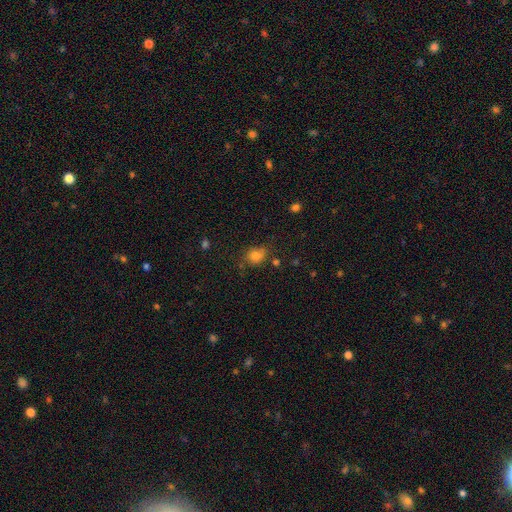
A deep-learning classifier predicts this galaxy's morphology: A smooth galaxy with no disk features (77%) that is round (60%). Merging: none (67%).